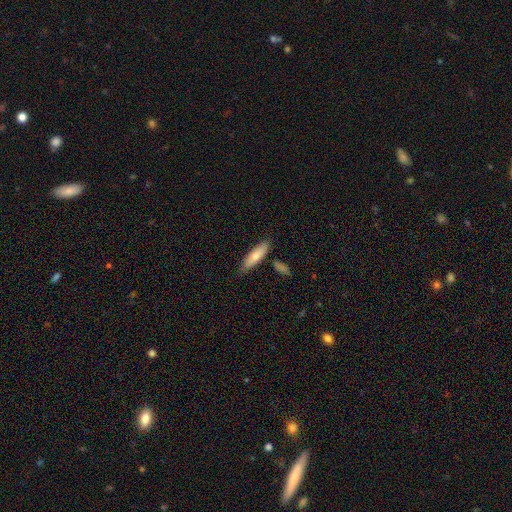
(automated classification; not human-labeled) Morphology: type=smooth (75%); roundness=cigar-shaped (58%); merging=none (74%).